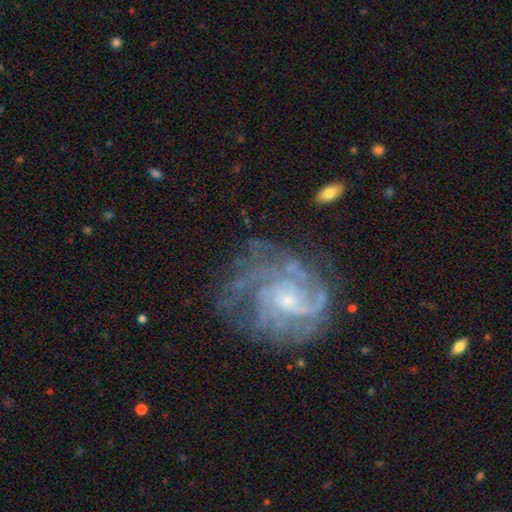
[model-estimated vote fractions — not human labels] This appears to be a featured or disk galaxy (86%) with no bar (63%), tight (58%) spiral arms (95%) and a small central bulge (69%). Merging: none (66%).